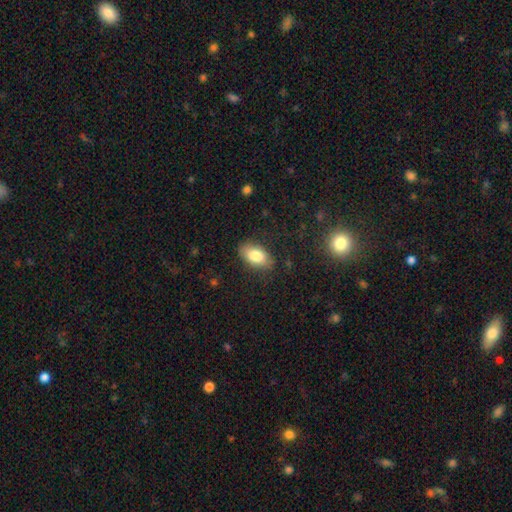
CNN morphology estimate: Overall: smooth (82%). How rounded: in between (92%). Merging: none (82%).